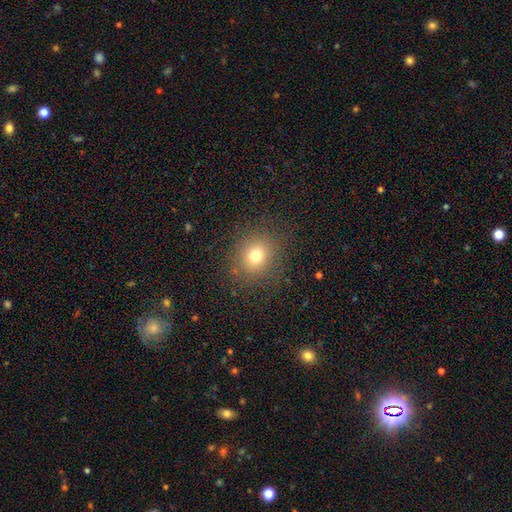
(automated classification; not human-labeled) Smooth or featured? Predicted: smooth (p=0.74). How rounded? Predicted: round (p=0.79). Merging? Predicted: none (p=0.84).